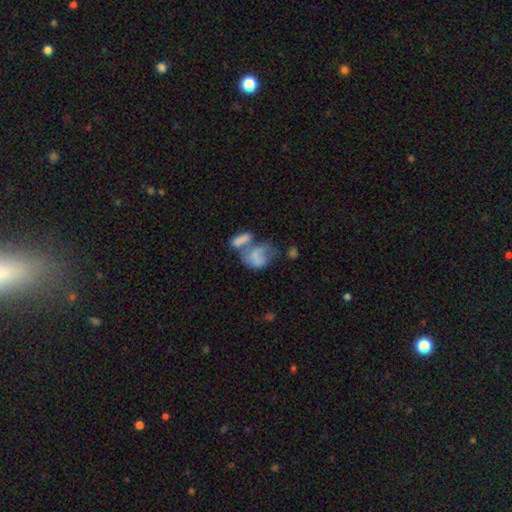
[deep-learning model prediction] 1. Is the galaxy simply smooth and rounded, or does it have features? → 60% smooth, 31% featured or disk, 9% star or artifact.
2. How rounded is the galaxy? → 73% in between, 24% round, 3% cigar-shaped.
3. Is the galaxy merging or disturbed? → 57% merger, 16% major disturbance, 16% none, 11% minor disturbance.